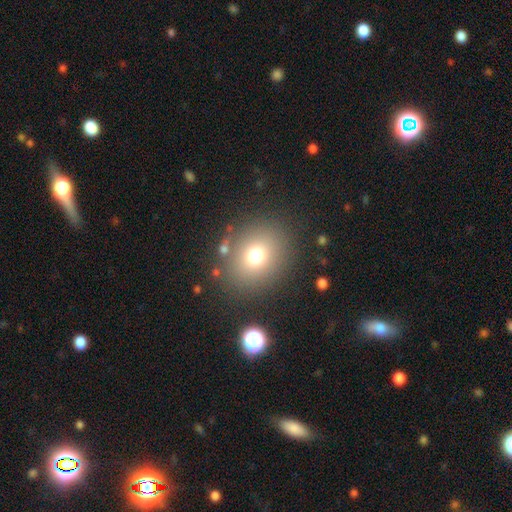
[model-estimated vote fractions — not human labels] The model was most divided on "how rounded": round: 66%, in between: 33%, cigar-shaped: 1%. More confident: merging — none (81%); smooth or featured — smooth (72%).